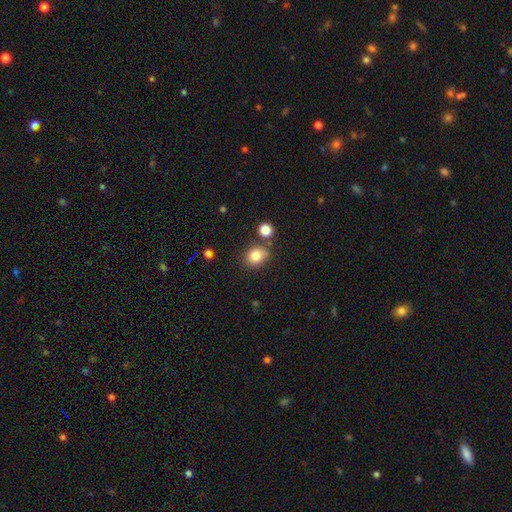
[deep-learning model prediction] smooth 82%, star or artifact 11%, featured or disk 7%. Down the decision tree: how rounded — round (57%); merging — none (71%).